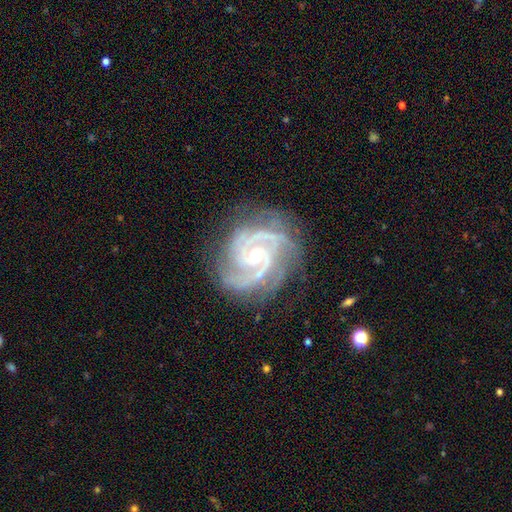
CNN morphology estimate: featured or disk 92%, star or artifact 5%, smooth 3%. Down the decision tree: edge-on disk — no (98%); bar — no (56%); spiral arms — yes (99%); spiral arm count — 2 (42%); spiral winding — tight (63%); bulge size — small (58%); merging — none (74%).